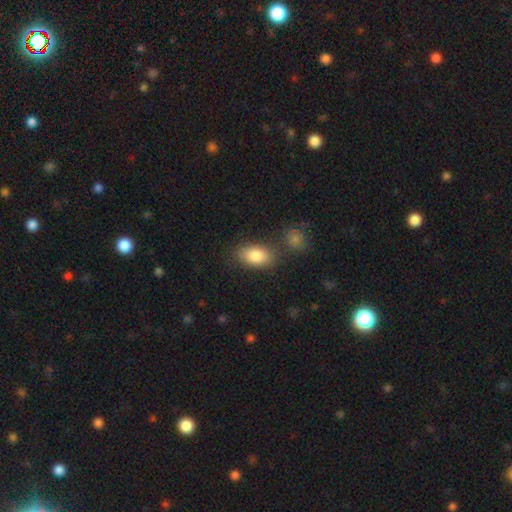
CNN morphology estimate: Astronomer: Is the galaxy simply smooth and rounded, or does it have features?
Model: smooth — 84%.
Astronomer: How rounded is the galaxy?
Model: in between — 90%.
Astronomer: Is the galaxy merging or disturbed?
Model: none — 70%.